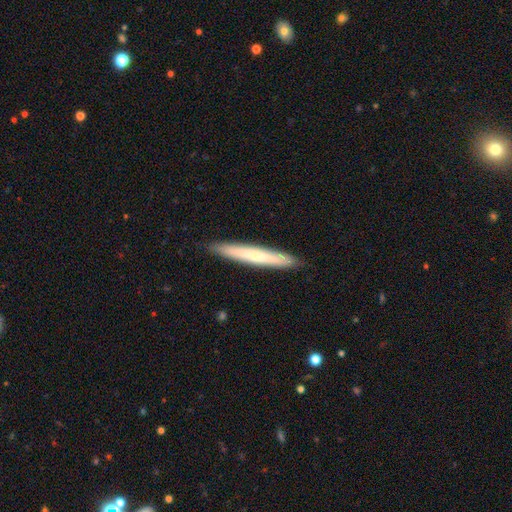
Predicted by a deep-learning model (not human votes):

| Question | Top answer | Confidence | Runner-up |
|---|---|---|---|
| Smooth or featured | smooth | 63% | featured or disk (31%) |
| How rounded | cigar-shaped | 96% | in between (3%) |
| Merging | none | 90% | minor disturbance (7%) |